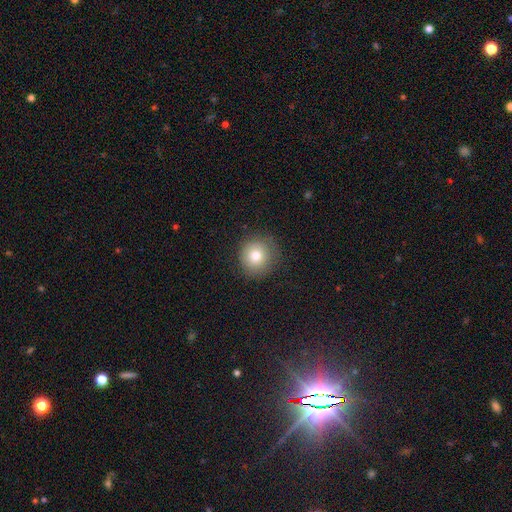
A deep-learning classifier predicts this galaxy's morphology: smooth 77%, featured or disk 12%, star or artifact 11%. Down the decision tree: how rounded — round (93%); merging — none (85%).